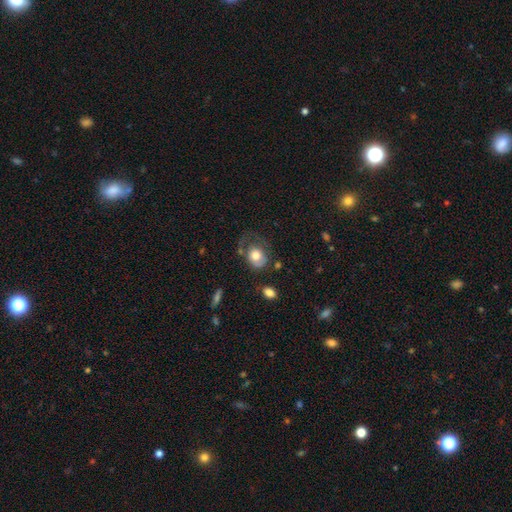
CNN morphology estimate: type=smooth (64%); roundness=round (52%); merging=none (36%, tied with major disturbance).